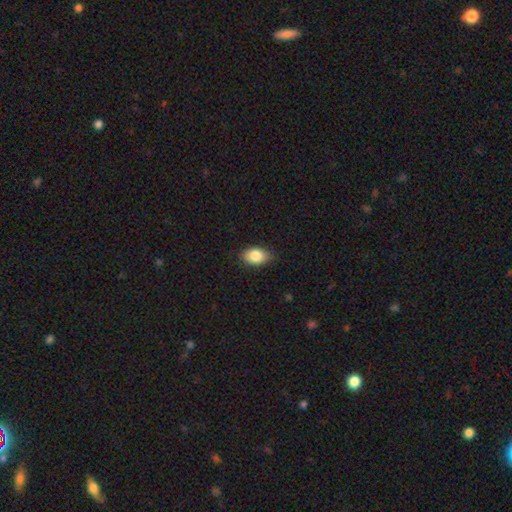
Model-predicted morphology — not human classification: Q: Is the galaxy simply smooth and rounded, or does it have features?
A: smooth — 85%.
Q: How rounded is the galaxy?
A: in between — 88%.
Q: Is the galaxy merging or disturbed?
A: none — 80%.